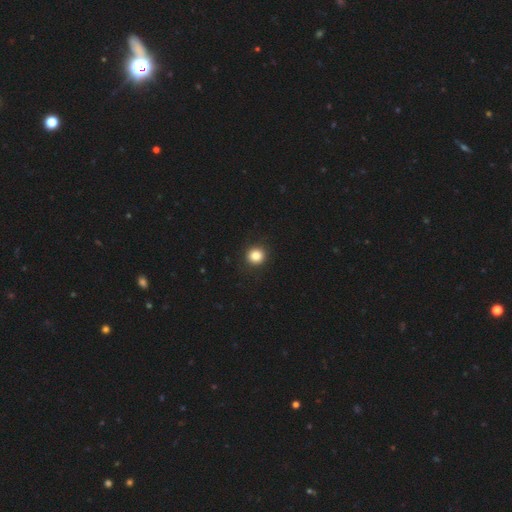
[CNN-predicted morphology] Smooth or featured?
  - smooth: 85% *
  - star or artifact: 11%
  - featured or disk: 4%
How rounded?
  - round: 93% *
  - in between: 6%
  - cigar-shaped: 1%
Merging?
  - none: 91% *
  - minor disturbance: 6%
  - major disturbance: 2%
  - merger: 1%